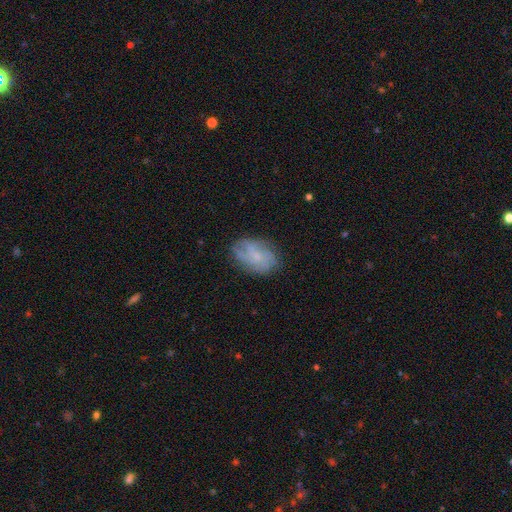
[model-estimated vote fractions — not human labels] Smooth or featured? Predicted: featured or disk (p=0.57). Edge-on disk? Predicted: no (p=0.97). Bar? Predicted: no (p=0.67). Spiral arms? Predicted: yes (p=0.83). Bulge size? Predicted: small (p=0.58). Merging? Predicted: none (p=0.73).